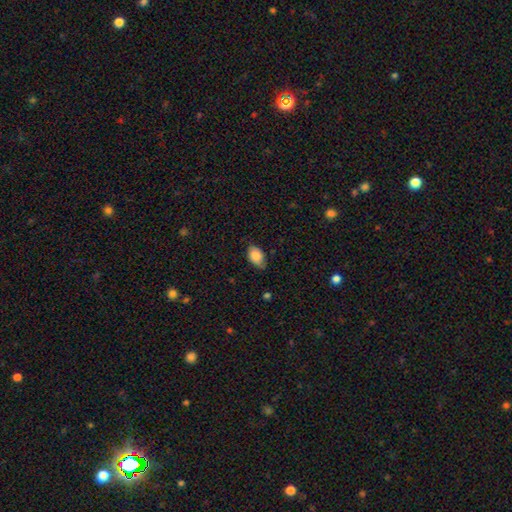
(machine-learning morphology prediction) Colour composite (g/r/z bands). It shows a smooth galaxy with no disk features (85%) that is in between round and cigar-shaped (89%). Merging: none (70%).